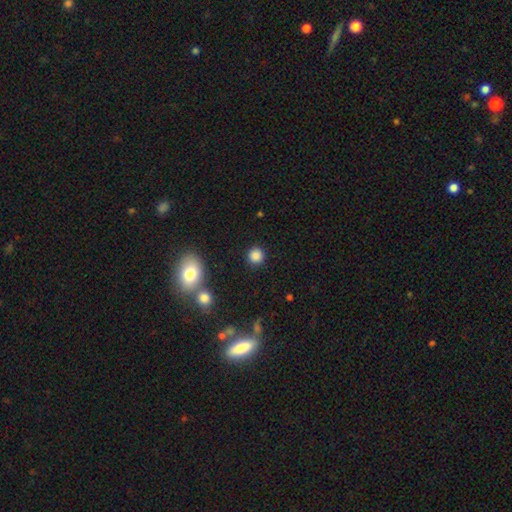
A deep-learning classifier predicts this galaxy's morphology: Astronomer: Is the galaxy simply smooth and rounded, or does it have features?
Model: smooth — 84%.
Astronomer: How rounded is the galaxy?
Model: round — 91%.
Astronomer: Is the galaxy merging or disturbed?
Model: none — 89%.